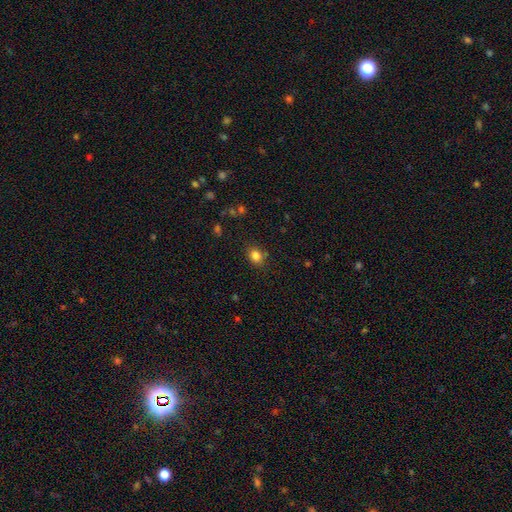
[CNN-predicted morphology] This appears to be a smooth galaxy with no disk features (82%) that is round (56%). Merging: none (80%).